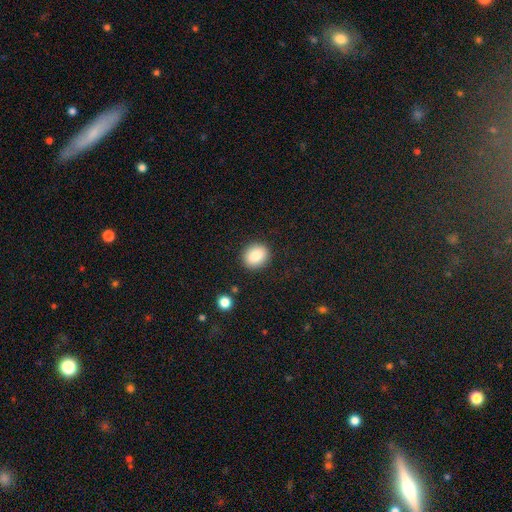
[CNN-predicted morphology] Smooth or featured? Predicted: smooth (p=0.86). How rounded? Predicted: round (p=0.66). Merging? Predicted: none (p=0.88).